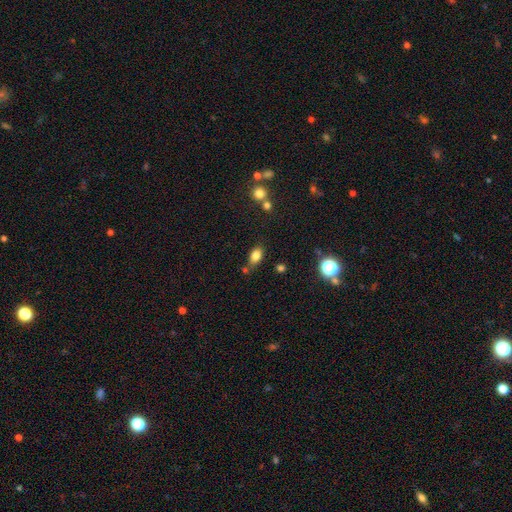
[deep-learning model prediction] smooth 81%, star or artifact 11%, featured or disk 8%. Down the decision tree: how rounded — in between (86%); merging — none (69%).